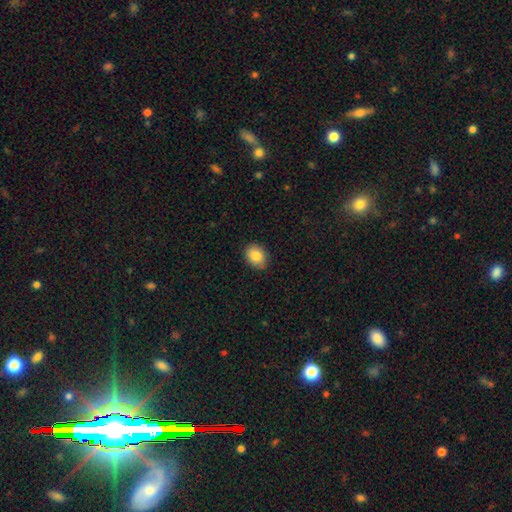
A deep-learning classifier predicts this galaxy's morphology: type=smooth (86%); roundness=in between (62%); merging=none (82%).